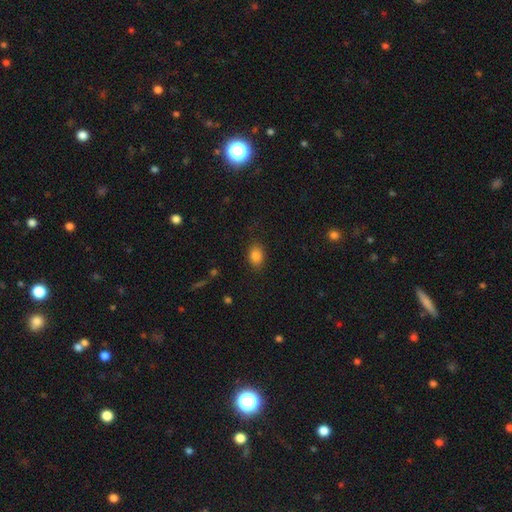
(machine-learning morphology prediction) type=smooth (84%); roundness=in between (68%); merging=none (81%).